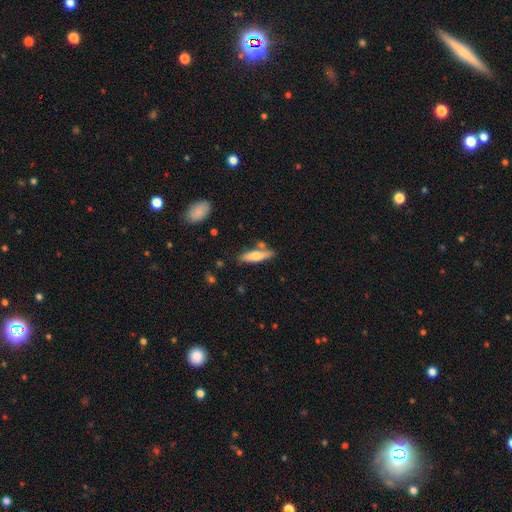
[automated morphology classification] Smooth or featured? smooth (61%)
How rounded? cigar-shaped (66%)
Merging? none (72%)